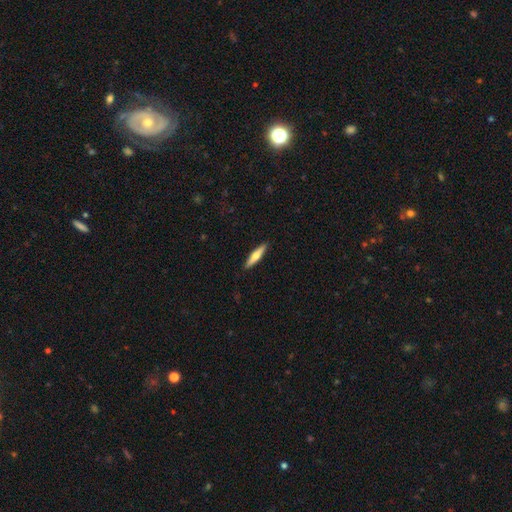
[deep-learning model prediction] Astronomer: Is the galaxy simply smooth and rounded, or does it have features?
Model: smooth — 59% (runner-up: featured or disk, 36%).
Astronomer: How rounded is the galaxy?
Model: cigar-shaped — 83%.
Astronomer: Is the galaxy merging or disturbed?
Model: none — 91%.